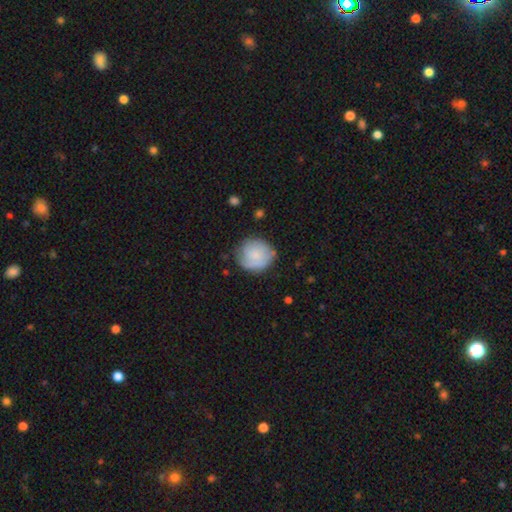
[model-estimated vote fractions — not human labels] This appears to be a smooth galaxy with no disk features (67%) that is round (87%). Merging: none (69%).